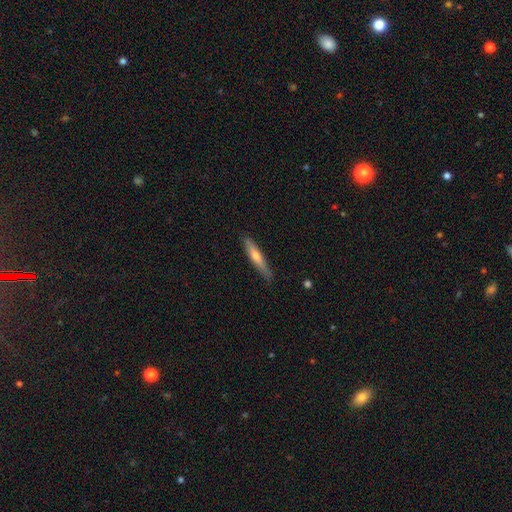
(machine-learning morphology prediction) Overall: smooth (55%; featured or disk 39%). How rounded: cigar-shaped (91%). Merging: none (84%).